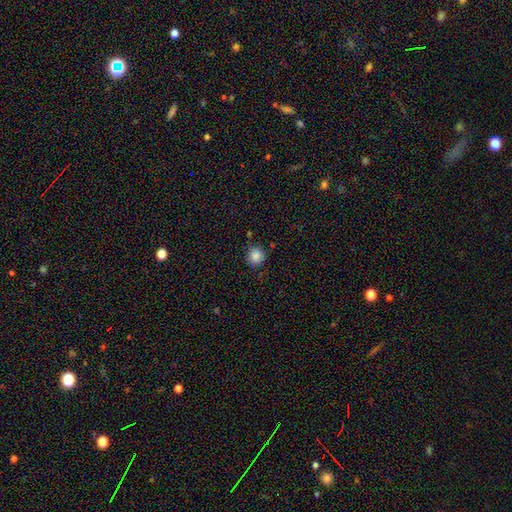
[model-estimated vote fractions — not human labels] smooth-or-featured: smooth: 86% | star or artifact: 10% | featured or disk: 4%
  how-rounded: round: 89% | in between: 10% | cigar-shaped: 1%
  merging: none: 78% | minor disturbance: 15% | merger: 4% | major disturbance: 3%